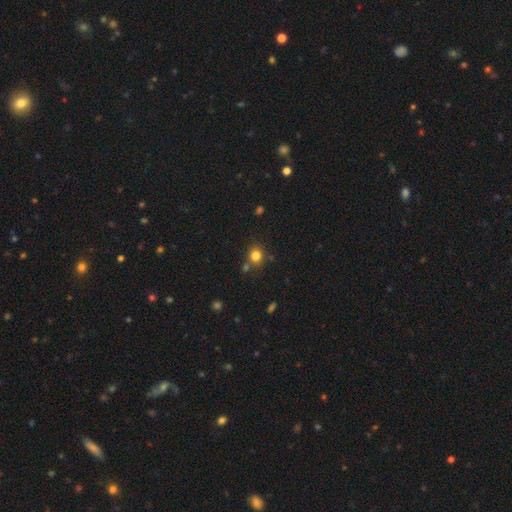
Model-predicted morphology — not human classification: This is clearly a smooth galaxy (80%). How rounded: likely round (78%). Merging: likely none (73%).